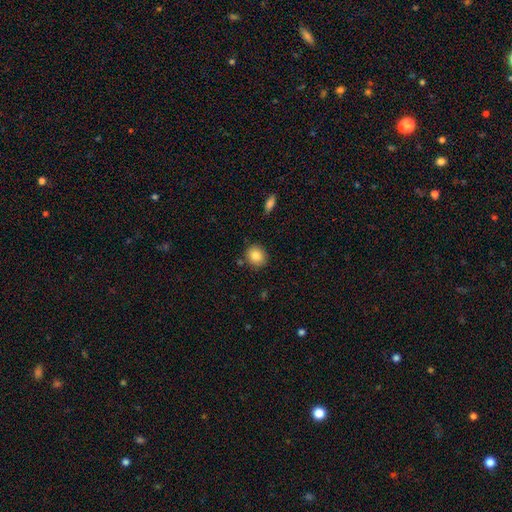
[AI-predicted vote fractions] Smooth or featured?
  - smooth: 84% *
  - star or artifact: 9%
  - featured or disk: 7%
How rounded?
  - round: 75% *
  - in between: 24%
  - cigar-shaped: 1%
Merging?
  - none: 84% *
  - minor disturbance: 10%
  - merger: 4%
  - major disturbance: 2%